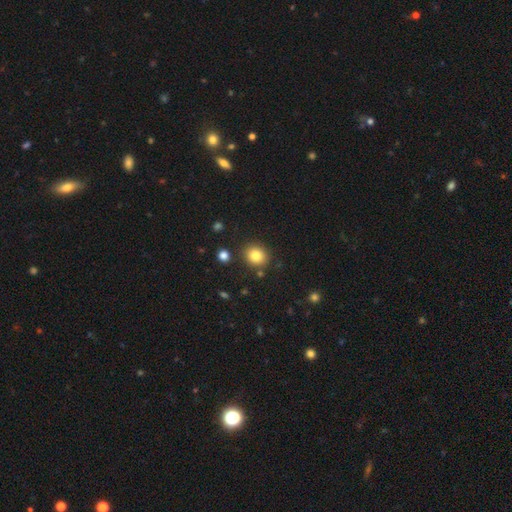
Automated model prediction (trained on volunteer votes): smooth 83%, star or artifact 10%, featured or disk 7%. Down the decision tree: how rounded — round (74%); merging — none (84%).